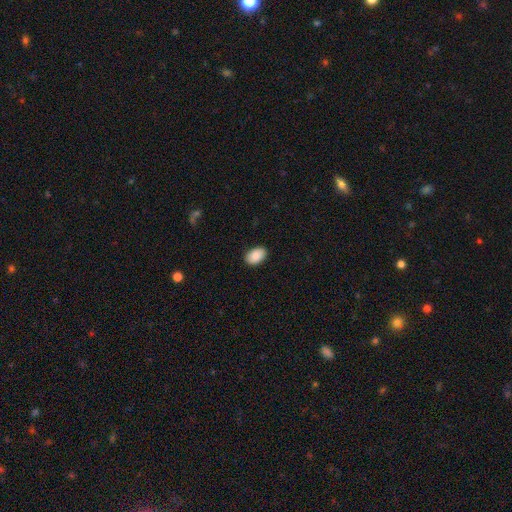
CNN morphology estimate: This is clearly a smooth galaxy (90%). How rounded: clearly in between (89%). Merging: clearly none (89%).